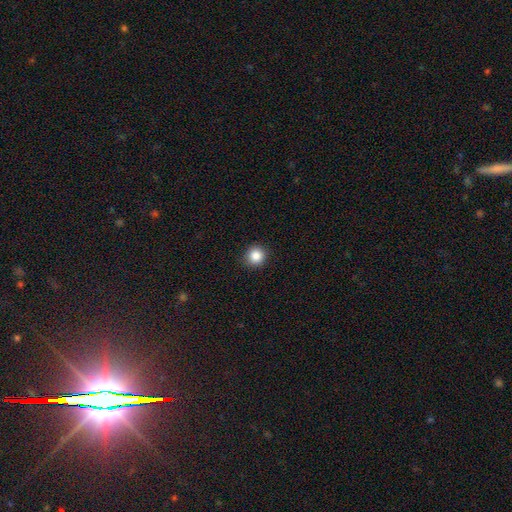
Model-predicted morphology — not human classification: Q: Smooth or featured?
A: smooth (86%); runner-up: star or artifact (10%)
Q: How rounded?
A: round (92%); runner-up: in between (7%)
Q: Merging?
A: none (91%); runner-up: minor disturbance (6%)